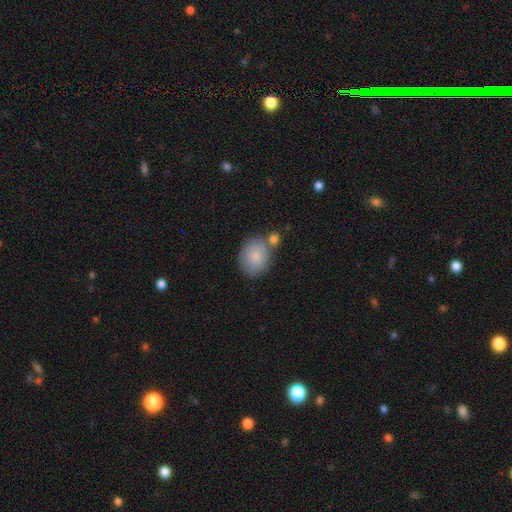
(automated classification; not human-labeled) Smooth or featured: smooth — 83% (featured or disk — 10%)
How rounded: in between — 50% (round — 49%)
Merging: none — 61% (merger — 19%)